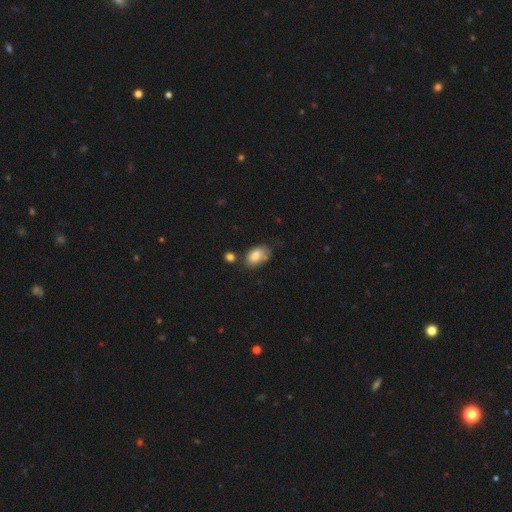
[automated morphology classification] A smooth galaxy with no disk features (78%) that is in between round and cigar-shaped (89%). Merging: none (48%).